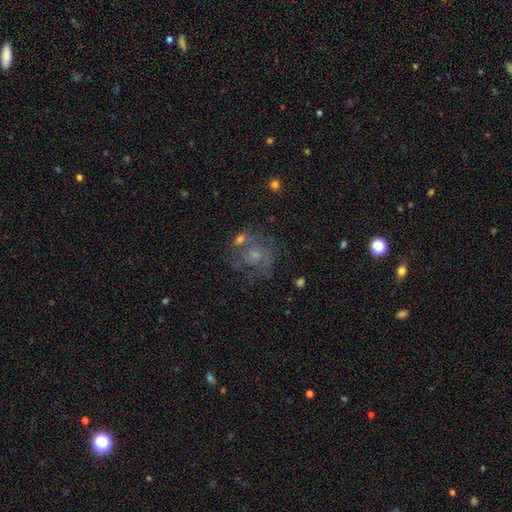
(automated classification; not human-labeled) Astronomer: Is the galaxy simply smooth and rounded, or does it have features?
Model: featured or disk — 58%.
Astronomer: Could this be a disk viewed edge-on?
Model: no — 98%.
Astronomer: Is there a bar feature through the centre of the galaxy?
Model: no — 79%.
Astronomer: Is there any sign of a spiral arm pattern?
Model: yes — 59% (runner-up: no, 41%).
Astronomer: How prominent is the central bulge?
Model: small — 53% (runner-up: moderate, 31%).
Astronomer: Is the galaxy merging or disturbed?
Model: none — 48%.